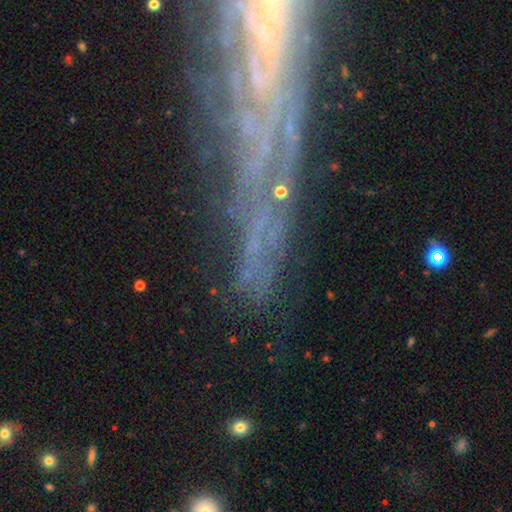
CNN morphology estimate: The model was most divided on "edge-on disk": no: 63%, yes: 37%. More confident: merging — none (67%); smooth or featured — featured or disk (57%).